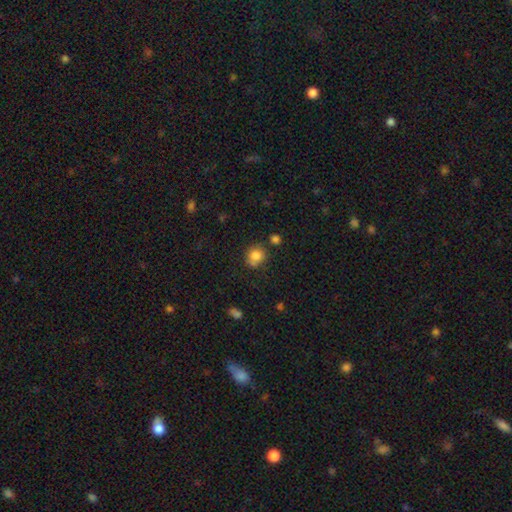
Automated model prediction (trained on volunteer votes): The model was most divided on "merging": none: 62%, minor disturbance: 22%, merger: 11%, major disturbance: 6%. More confident: smooth or featured — smooth (82%); how rounded — round (70%).